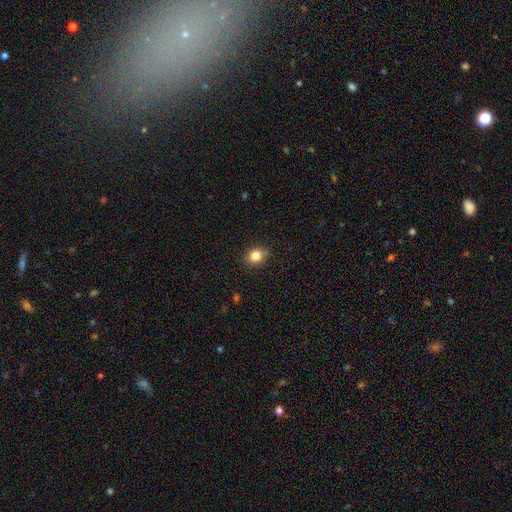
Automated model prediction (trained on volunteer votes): This is clearly a smooth galaxy (81%). How rounded: likely round (64%). Merging: clearly none (83%).